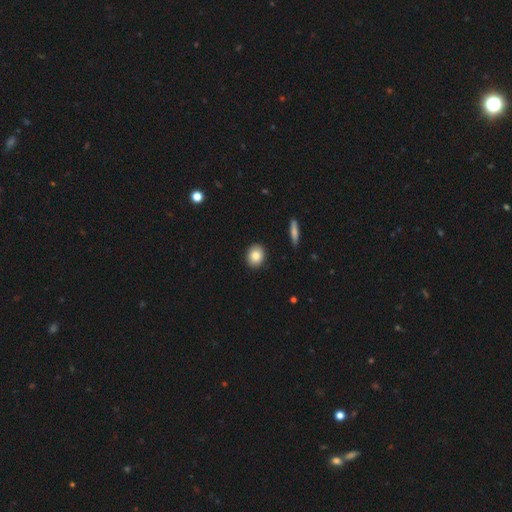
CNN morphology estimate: Overall: smooth (85%). How rounded: round (52%; in between 46%). Merging: none (91%).